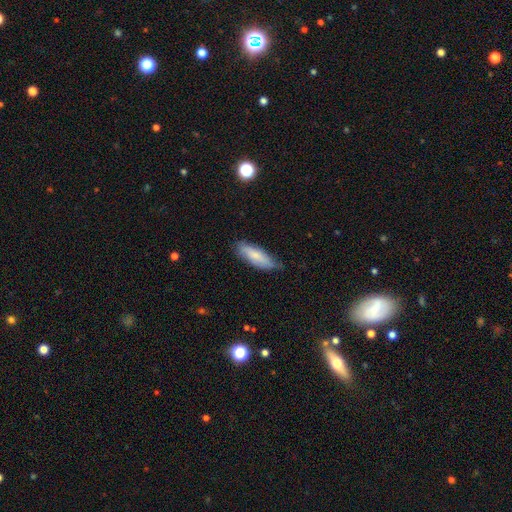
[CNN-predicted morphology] smooth 74%, featured or disk 20%, star or artifact 6%. Down the decision tree: how rounded — in between (53%); merging — none (72%).